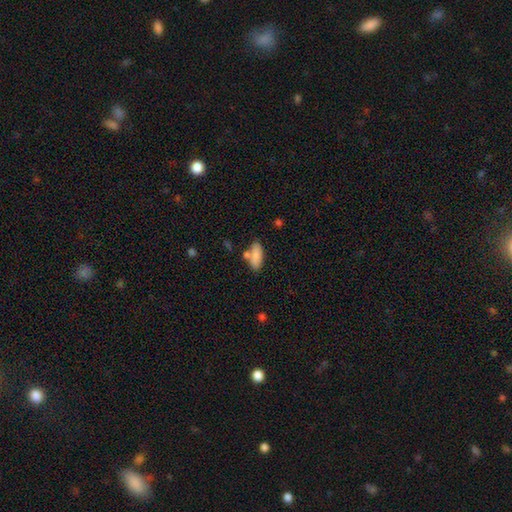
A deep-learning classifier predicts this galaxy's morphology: Smooth or featured? Predicted: smooth (p=0.84). How rounded? Predicted: in between (p=0.74). Merging? Predicted: none (p=0.64).